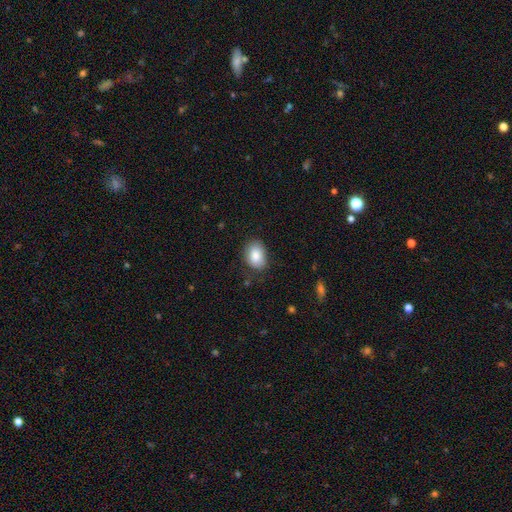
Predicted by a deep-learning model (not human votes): Smooth or featured? smooth (86%)
How rounded? in between (79%)
Merging? none (77%)